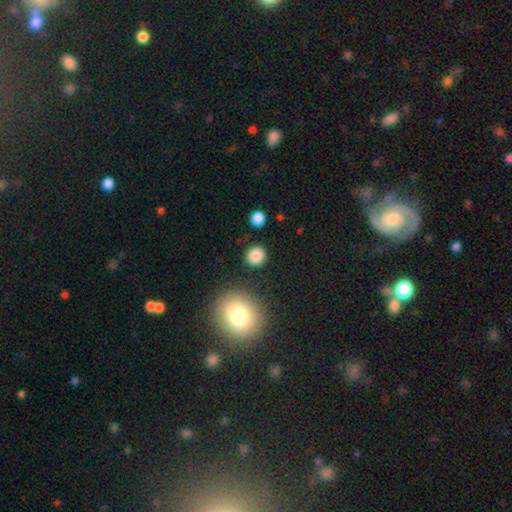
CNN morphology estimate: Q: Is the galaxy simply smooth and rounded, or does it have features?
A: smooth — 86%.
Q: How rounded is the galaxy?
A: round — 90%.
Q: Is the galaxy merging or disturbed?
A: none — 88%.